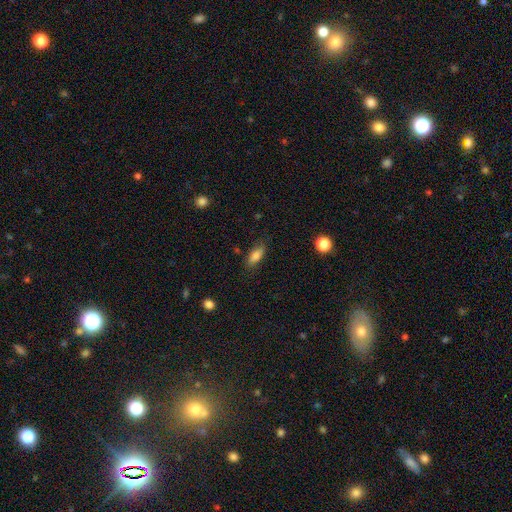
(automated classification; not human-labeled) smooth 79%, featured or disk 13%, star or artifact 8%. Down the decision tree: how rounded — in between (73%); merging — none (79%).